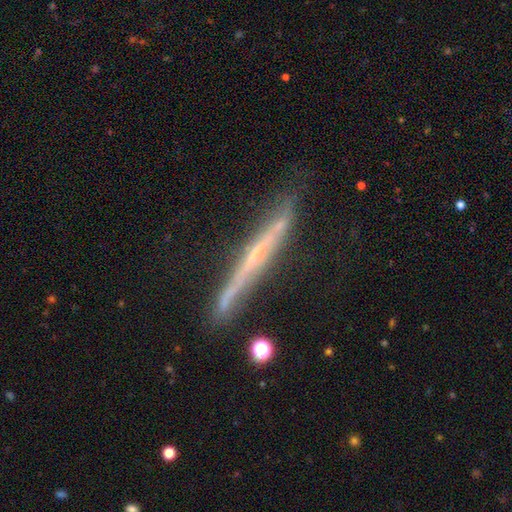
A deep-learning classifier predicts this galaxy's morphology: Smooth or featured? featured or disk (74%)
Edge-on disk? yes (95%)
Edge-on bulge? none (65%)
Merging? none (76%)